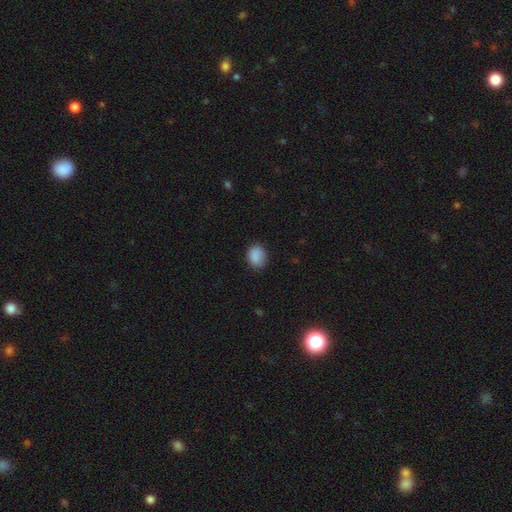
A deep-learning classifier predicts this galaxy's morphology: smooth_or_featured: smooth (p=0.87) [alt: star or artifact p=0.09]
how_rounded: round (p=0.53) [alt: in between p=0.46]
merging: none (p=0.79) [alt: minor disturbance p=0.17]